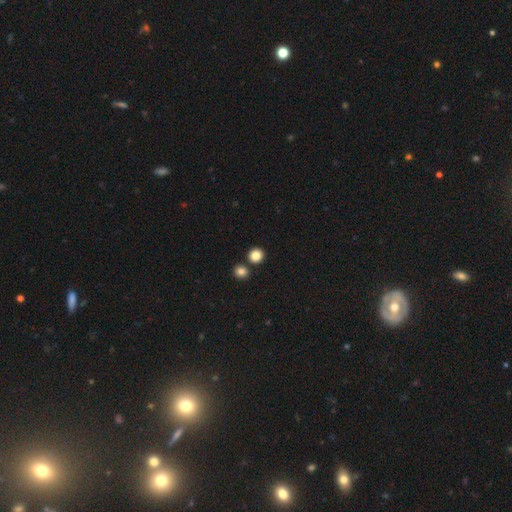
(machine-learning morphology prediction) Smooth or featured? Predicted: smooth (p=0.85). How rounded? Predicted: round (p=0.90). Merging? Predicted: none (p=0.80).